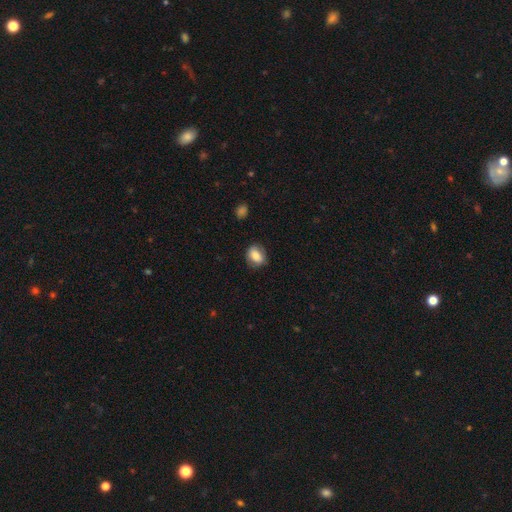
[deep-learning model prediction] Smooth or featured: smooth — 82% (featured or disk — 10%)
How rounded: in between — 63% (round — 36%)
Merging: none — 78% (minor disturbance — 16%)